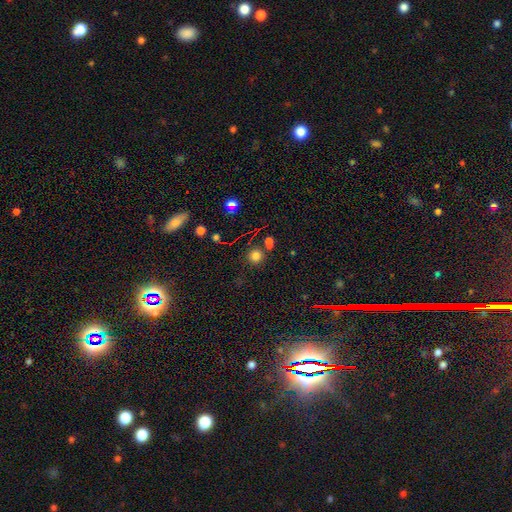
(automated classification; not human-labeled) Q: Smooth or featured?
A: smooth (76%); runner-up: star or artifact (16%)
Q: How rounded?
A: round (93%); runner-up: in between (6%)
Q: Merging?
A: none (76%); runner-up: merger (13%)